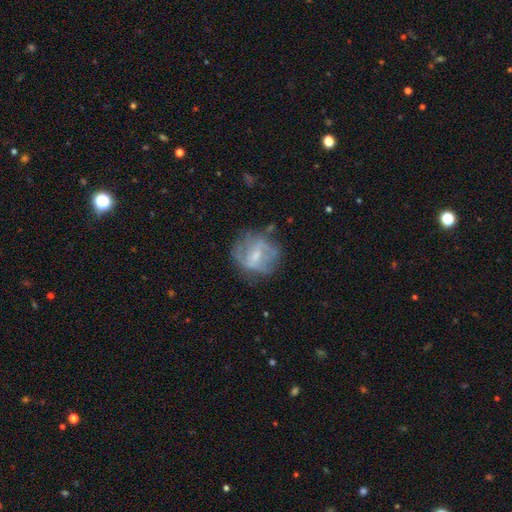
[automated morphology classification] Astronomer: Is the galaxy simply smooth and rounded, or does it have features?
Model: featured or disk — 65%.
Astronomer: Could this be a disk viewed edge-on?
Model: no — 97%.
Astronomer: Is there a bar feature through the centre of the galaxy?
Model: weak — 52% (runner-up: no, 31%).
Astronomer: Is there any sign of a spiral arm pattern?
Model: yes — 60% (runner-up: no, 40%).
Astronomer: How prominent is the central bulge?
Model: small — 44% (runner-up: moderate, 38%).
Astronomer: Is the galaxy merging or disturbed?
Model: none — 59%.